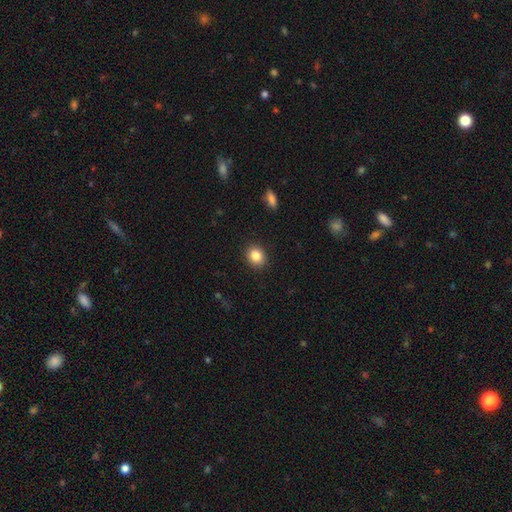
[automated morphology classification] A smooth galaxy with no disk features (85%) that is round (58%). Merging: none (90%).